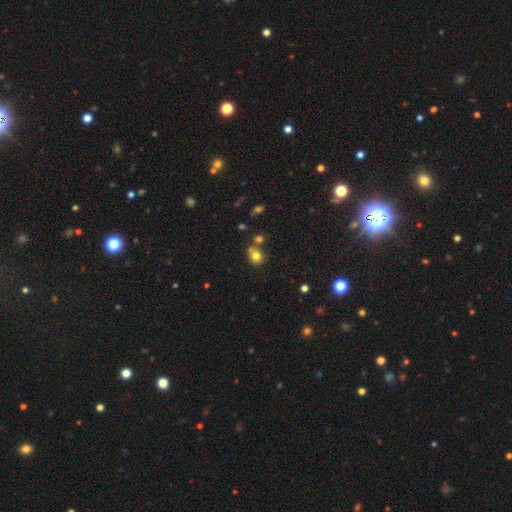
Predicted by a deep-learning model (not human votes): A smooth galaxy with no disk features (77%) that is round (77%).

Vote fractions:
- Smooth or featured? smooth: 77% / star or artifact: 13% / featured or disk: 10%
- How rounded? round: 77% / in between: 22% / cigar-shaped: 1%
- Merging? none: 57% / merger: 27% / minor disturbance: 12% / major disturbance: 4%